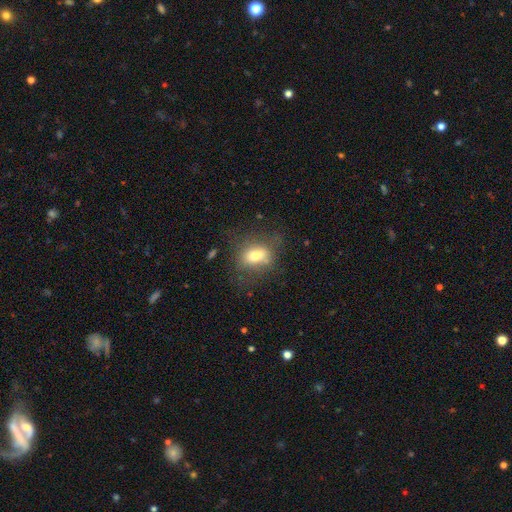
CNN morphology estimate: smooth_or_featured: smooth (p=0.70) [alt: featured or disk p=0.20]
how_rounded: in between (p=0.73) [alt: round p=0.23]
merging: none (p=0.60) [alt: minor disturbance p=0.22]